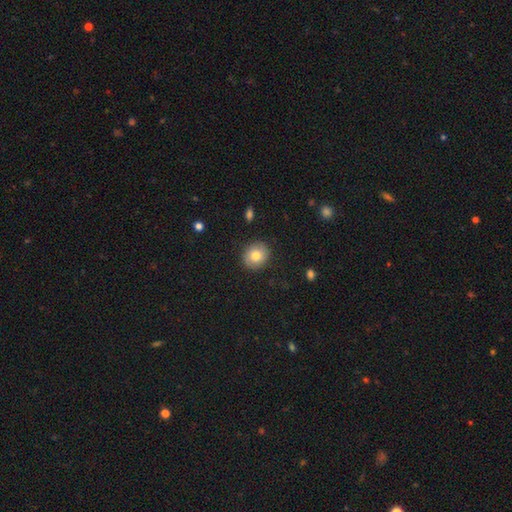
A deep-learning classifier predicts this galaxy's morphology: type=smooth (77%); roundness=round (71%); merging=none (87%).